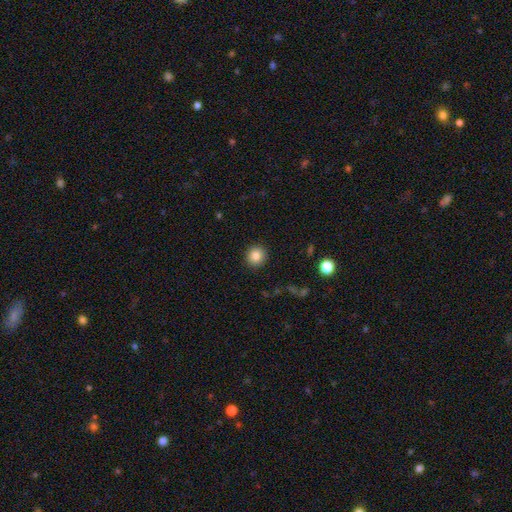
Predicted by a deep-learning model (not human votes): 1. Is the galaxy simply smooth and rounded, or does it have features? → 85% smooth, 10% star or artifact, 5% featured or disk.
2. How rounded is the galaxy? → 93% round, 6% in between, 1% cigar-shaped.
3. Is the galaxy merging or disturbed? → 92% none, 5% minor disturbance, 2% major disturbance, 1% merger.